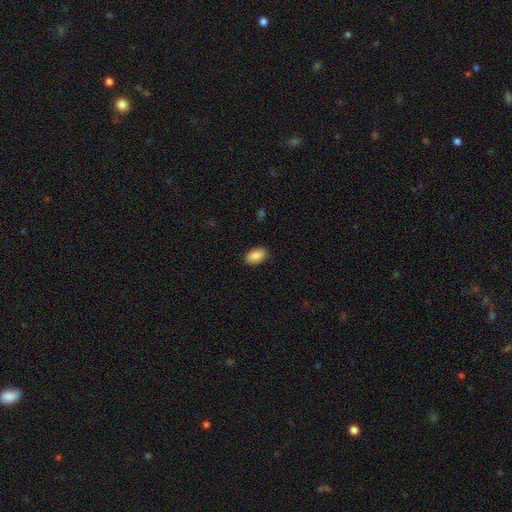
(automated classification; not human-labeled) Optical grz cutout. It shows a smooth galaxy with no disk features (89%) that is in between round and cigar-shaped (92%). Merging: none (88%).